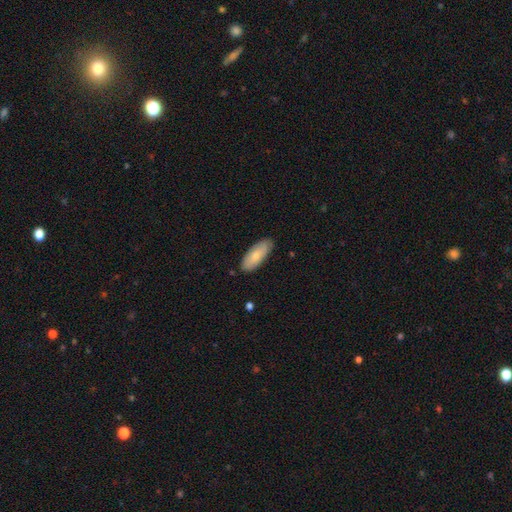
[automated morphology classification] Smooth or featured? Predicted: smooth (p=0.75). How rounded? Predicted: in between (p=0.83). Merging? Predicted: none (p=0.83).